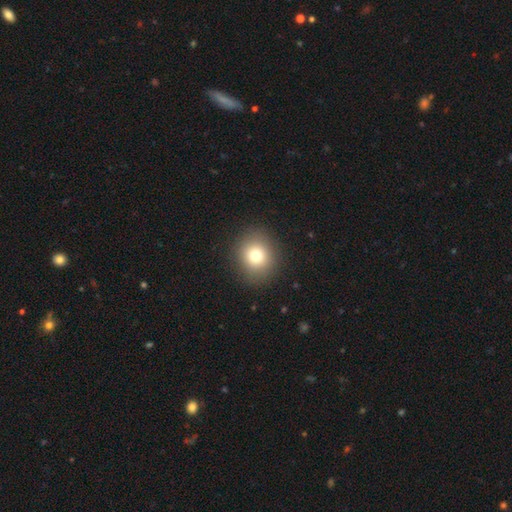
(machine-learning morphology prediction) A smooth galaxy with no disk features (77%) that is round (82%).

Vote fractions:
- Smooth or featured? smooth: 77% / star or artifact: 12% / featured or disk: 11%
- How rounded? round: 82% / in between: 17% / cigar-shaped: 1%
- Merging? none: 89% / minor disturbance: 7% / major disturbance: 3% / merger: 1%